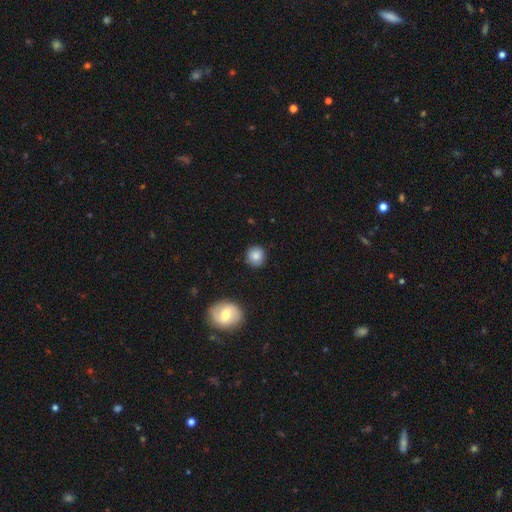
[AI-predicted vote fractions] Overall: smooth (85%). How rounded: round (91%). Merging: none (89%).